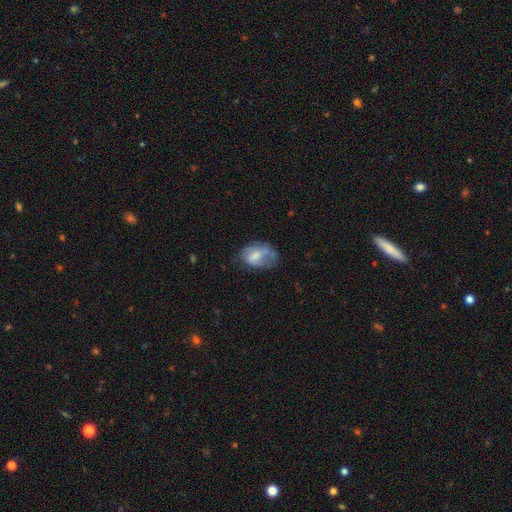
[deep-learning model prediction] A smooth galaxy with no disk features (47%). Merging: none (41%).